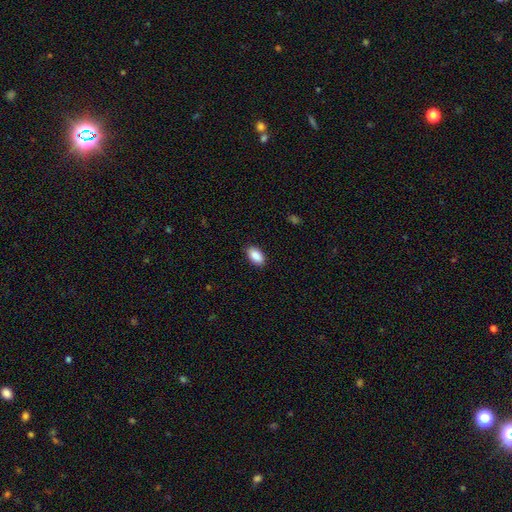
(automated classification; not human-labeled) This appears to be a smooth galaxy with no disk features (90%) that is in between round and cigar-shaped (94%). Merging: none (89%).